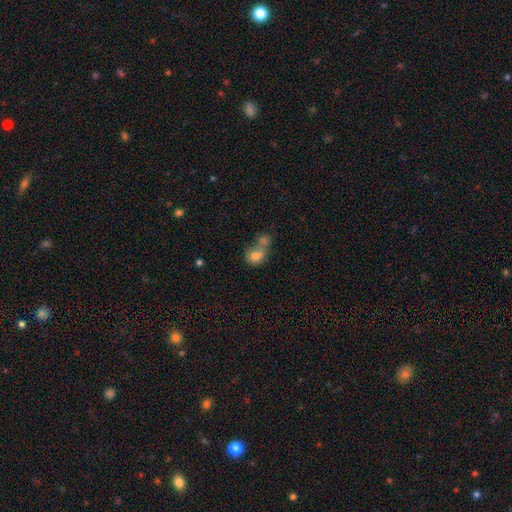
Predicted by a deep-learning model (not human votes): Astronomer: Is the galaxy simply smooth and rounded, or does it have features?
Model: smooth — 74%.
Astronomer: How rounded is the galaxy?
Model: round — 60% (runner-up: in between, 38%).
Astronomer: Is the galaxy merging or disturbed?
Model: merger — 64%.